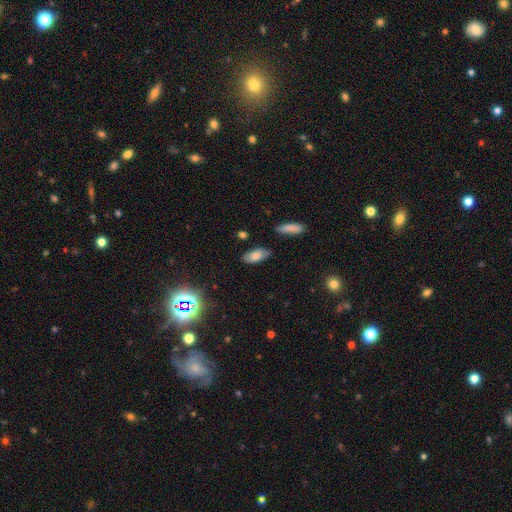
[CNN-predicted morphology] type=smooth (73%); roundness=in between (88%); merging=none (80%).